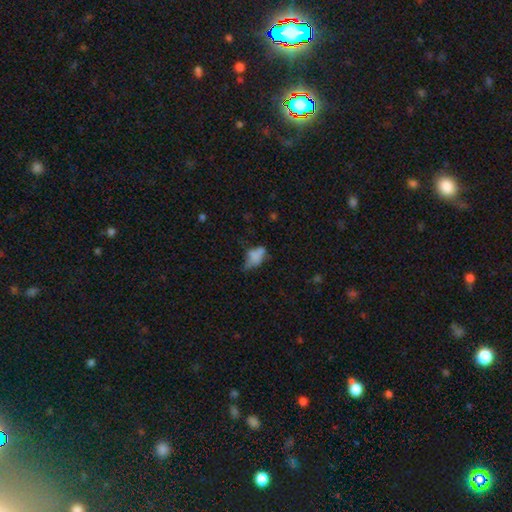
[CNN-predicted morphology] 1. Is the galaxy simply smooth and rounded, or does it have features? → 64% smooth, 23% featured or disk, 13% star or artifact.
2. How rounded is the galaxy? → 85% in between, 8% cigar-shaped, 7% round.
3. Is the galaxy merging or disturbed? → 31% minor disturbance (tied), 31% none (tied), 27% major disturbance, 11% merger.